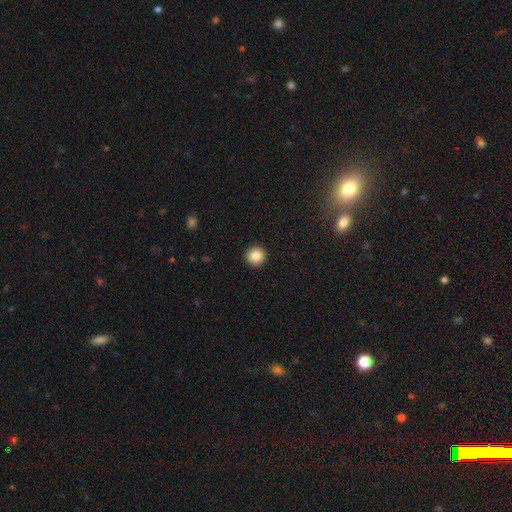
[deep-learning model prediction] Smooth or featured? smooth (85%)
How rounded? round (96%)
Merging? none (93%)